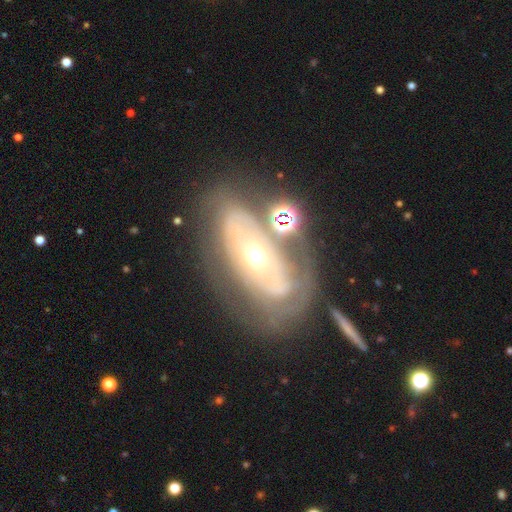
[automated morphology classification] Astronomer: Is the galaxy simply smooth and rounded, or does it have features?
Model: featured or disk — 72%.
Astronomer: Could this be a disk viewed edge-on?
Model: no — 91%.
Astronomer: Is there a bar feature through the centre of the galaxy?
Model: no — 81%.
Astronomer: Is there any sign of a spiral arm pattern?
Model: no — 56% (runner-up: yes, 44%).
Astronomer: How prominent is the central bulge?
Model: moderate — 53% (runner-up: small, 40%).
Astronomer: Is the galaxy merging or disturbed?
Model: none — 56%.